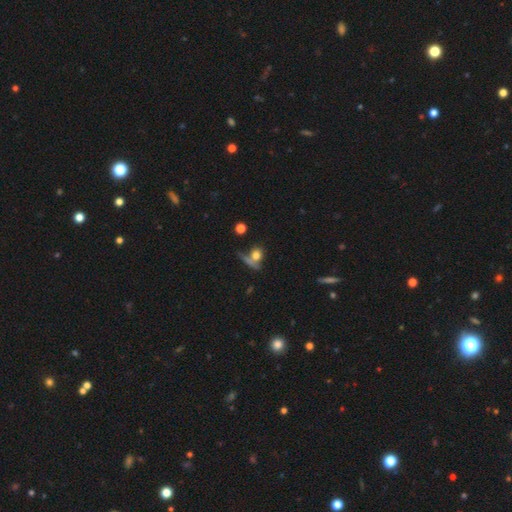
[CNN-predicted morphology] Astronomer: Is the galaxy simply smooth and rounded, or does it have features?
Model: smooth — 72%.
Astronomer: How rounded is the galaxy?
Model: round — 69%.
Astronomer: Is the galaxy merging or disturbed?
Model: none — 46% (runner-up: merger, 27%).